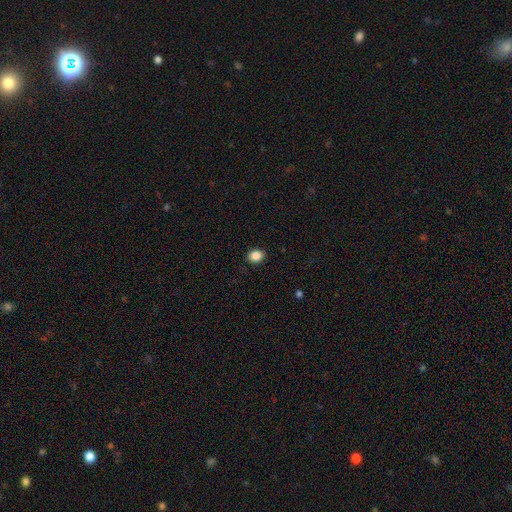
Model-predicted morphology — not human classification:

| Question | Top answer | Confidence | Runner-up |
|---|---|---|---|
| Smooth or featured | smooth | 87% | star or artifact (9%) |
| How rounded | round | 52% | in between (47%) |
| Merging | none | 90% | minor disturbance (7%) |